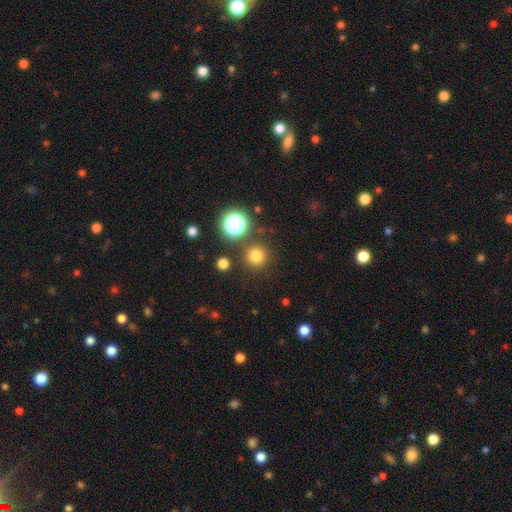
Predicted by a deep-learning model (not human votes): Smooth or featured? Predicted: smooth (p=0.76). How rounded? Predicted: round (p=0.95). Merging? Predicted: none (p=0.87).